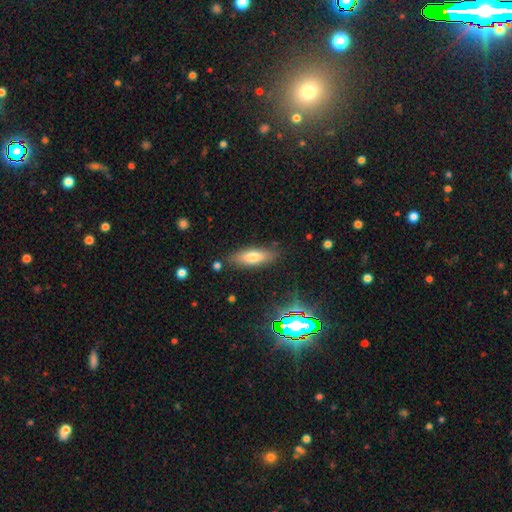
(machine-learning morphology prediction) A smooth galaxy with no disk features (51%) that is in between round and cigar-shaped (61%). Merging: none (85%).